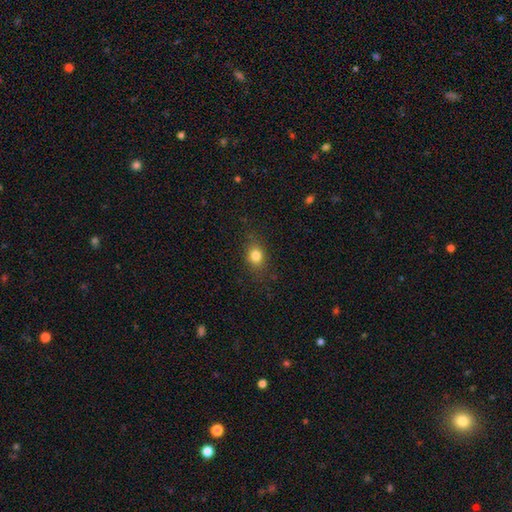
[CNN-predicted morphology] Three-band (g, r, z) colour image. It shows a smooth galaxy with no disk features (81%) that is in between round and cigar-shaped (50%). Merging: none (82%).